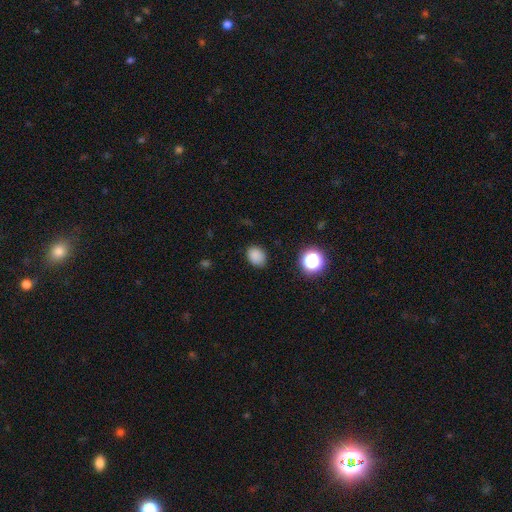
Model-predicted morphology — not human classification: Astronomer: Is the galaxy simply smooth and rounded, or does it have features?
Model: smooth — 83%.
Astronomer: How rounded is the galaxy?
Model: round — 50% (runner-up: in between, 49%).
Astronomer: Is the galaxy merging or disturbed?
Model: none — 83%.